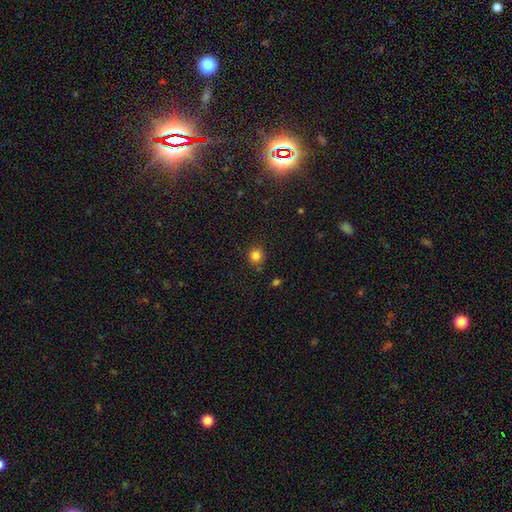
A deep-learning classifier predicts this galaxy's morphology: smooth-or-featured: smooth: 83% | star or artifact: 12% | featured or disk: 5%
  how-rounded: round: 90% | in between: 9% | cigar-shaped: 1%
  merging: none: 85% | minor disturbance: 10% | merger: 3% | major disturbance: 3%